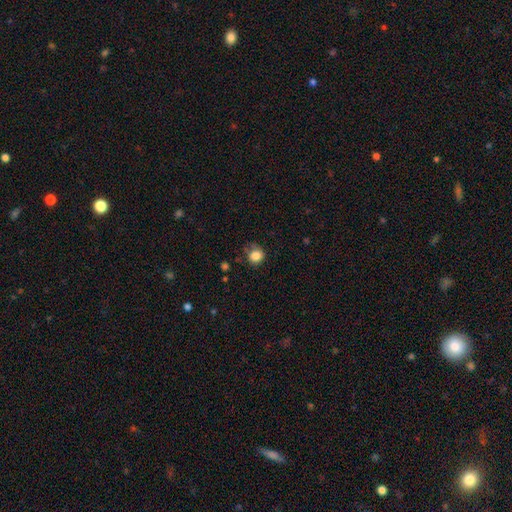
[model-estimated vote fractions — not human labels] This appears to be a smooth galaxy with no disk features (84%) that is round (82%). Merging: none (61%).